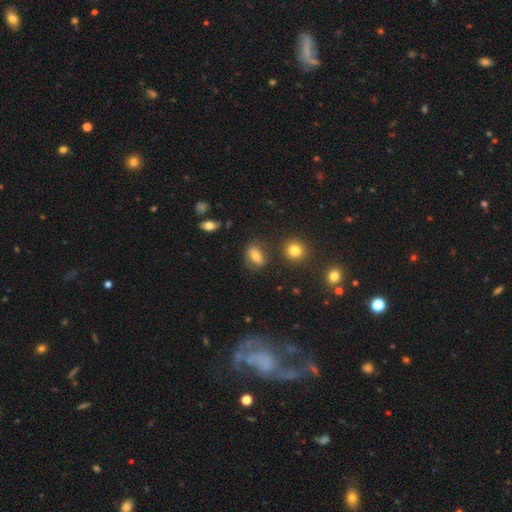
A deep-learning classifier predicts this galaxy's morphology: smooth-or-featured: smooth: 66% | featured or disk: 23% | star or artifact: 11%
  how-rounded: in between: 73% | round: 23% | cigar-shaped: 4%
  merging: none: 76% | minor disturbance: 15% | major disturbance: 5% | merger: 4%